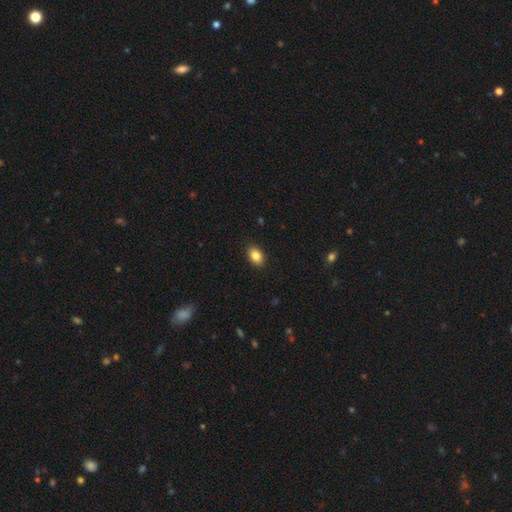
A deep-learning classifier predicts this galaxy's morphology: A smooth galaxy with no disk features (85%) that is in between round and cigar-shaped (83%). Merging: none (90%).